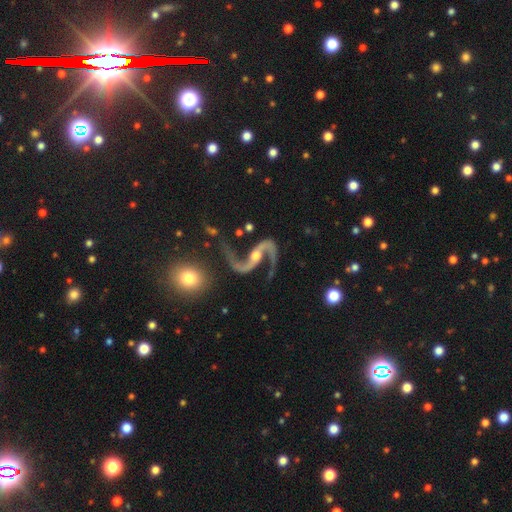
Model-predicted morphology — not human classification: This appears to be a featured or disk galaxy (92%) with no bar (35%), 2 (94%) loose (66%) spiral arms (98%) and a small central bulge (50%). Merging: none (68%).